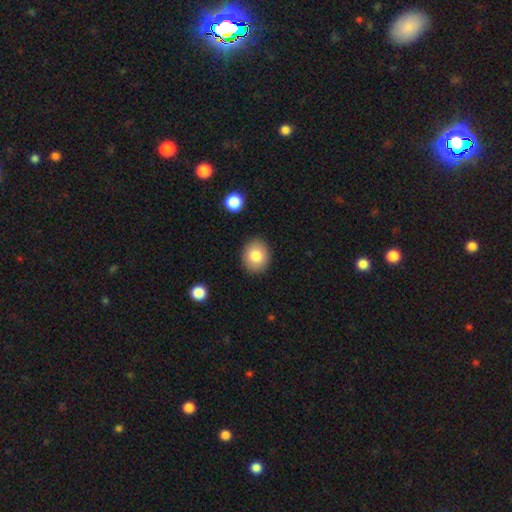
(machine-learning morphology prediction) This appears to be a smooth galaxy with no disk features (82%) that is round (65%). Merging: none (88%).